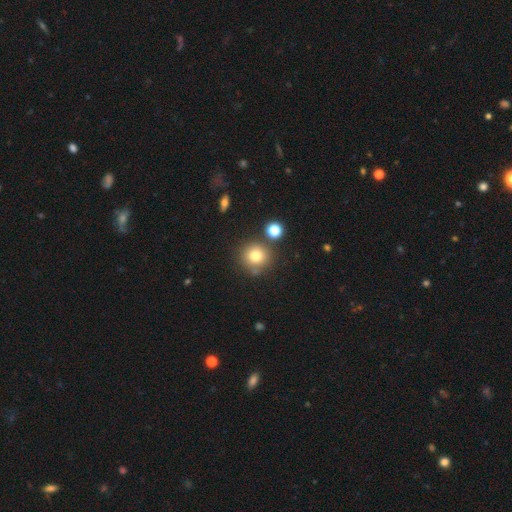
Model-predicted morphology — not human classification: A smooth galaxy with no disk features (77%) that is round (92%).

Vote fractions:
- Smooth or featured? smooth: 77% / star or artifact: 13% / featured or disk: 10%
- How rounded? round: 92% / in between: 7% / cigar-shaped: 1%
- Merging? none: 77% / minor disturbance: 10% / merger: 10% / major disturbance: 3%